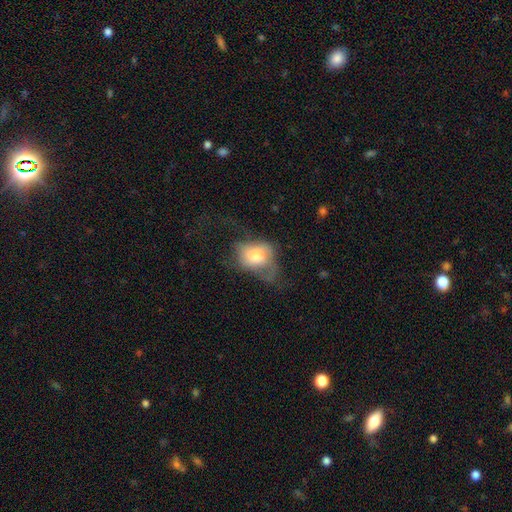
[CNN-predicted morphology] This appears to be a smooth galaxy with no disk features (64%) that is in between round and cigar-shaped (68%). Merging: major disturbance (43%).